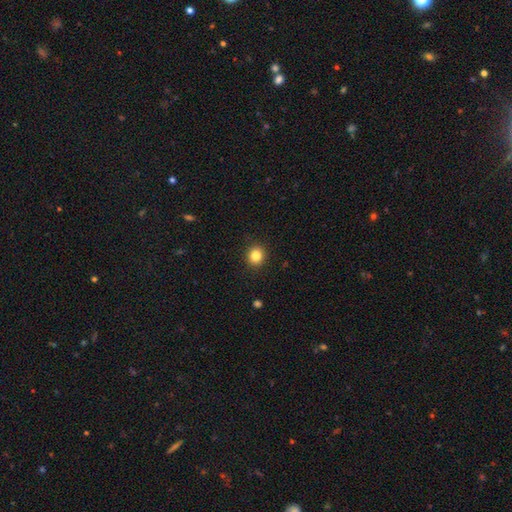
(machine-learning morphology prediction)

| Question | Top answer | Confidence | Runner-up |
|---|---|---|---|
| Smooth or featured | smooth | 83% | star or artifact (11%) |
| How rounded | round | 86% | in between (13%) |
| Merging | none | 91% | minor disturbance (6%) |